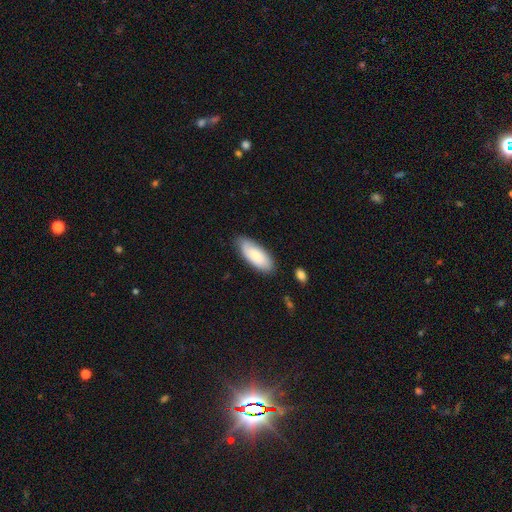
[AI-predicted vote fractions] smooth-or-featured: smooth: 73% | featured or disk: 21% | star or artifact: 6%
  how-rounded: in between: 85% | cigar-shaped: 13% | round: 2%
  merging: none: 78% | minor disturbance: 17% | major disturbance: 3% | merger: 2%